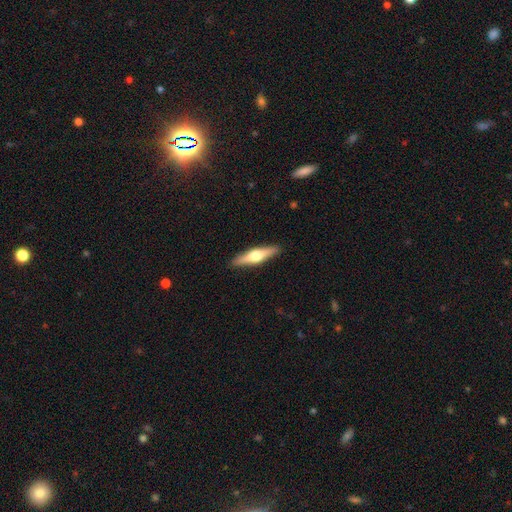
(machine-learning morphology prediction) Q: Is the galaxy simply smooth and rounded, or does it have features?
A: featured or disk — 59%.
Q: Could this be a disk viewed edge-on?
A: yes — 96%.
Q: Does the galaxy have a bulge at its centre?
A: rounded — 95%.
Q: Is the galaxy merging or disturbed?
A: none — 91%.